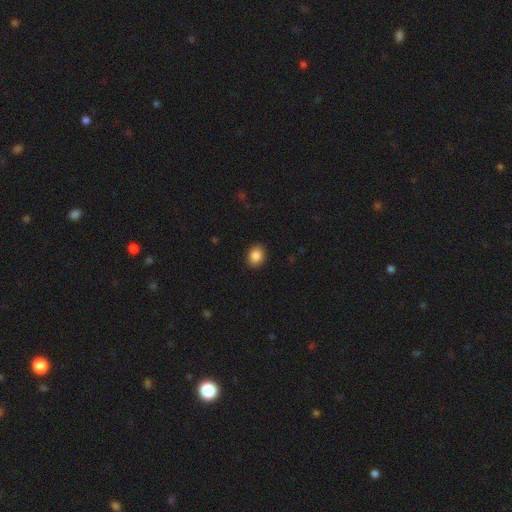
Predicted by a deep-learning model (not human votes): A smooth galaxy with no disk features (87%) that is round (51%).

Vote fractions:
- Smooth or featured? smooth: 87% / star or artifact: 9% / featured or disk: 4%
- How rounded? round: 51% / in between: 48% / cigar-shaped: 1%
- Merging? none: 90% / minor disturbance: 7% / major disturbance: 2% / merger: 1%